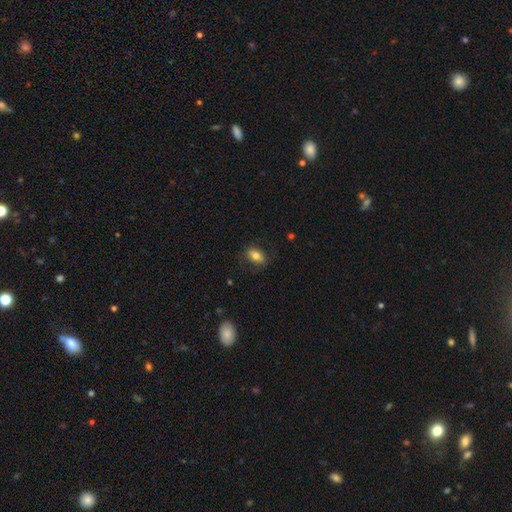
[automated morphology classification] A smooth galaxy with no disk features (76%) that is in between round and cigar-shaped (84%).

Vote fractions:
- Smooth or featured? smooth: 76% / featured or disk: 16% / star or artifact: 8%
- How rounded? in between: 84% / round: 13% / cigar-shaped: 3%
- Merging? none: 77% / minor disturbance: 16% / major disturbance: 6% / merger: 1%